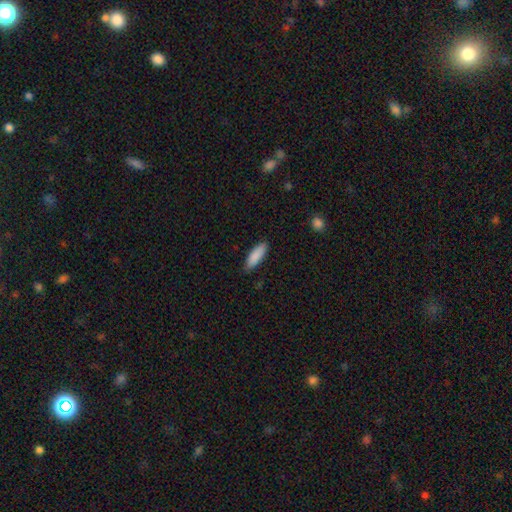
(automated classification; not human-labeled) Smooth or featured?
  - smooth: 89% *
  - star or artifact: 6%
  - featured or disk: 5%
How rounded?
  - in between: 54% *
  - cigar-shaped: 45%
  - round: 2%
Merging?
  - none: 85% *
  - minor disturbance: 12%
  - major disturbance: 2%
  - merger: 1%